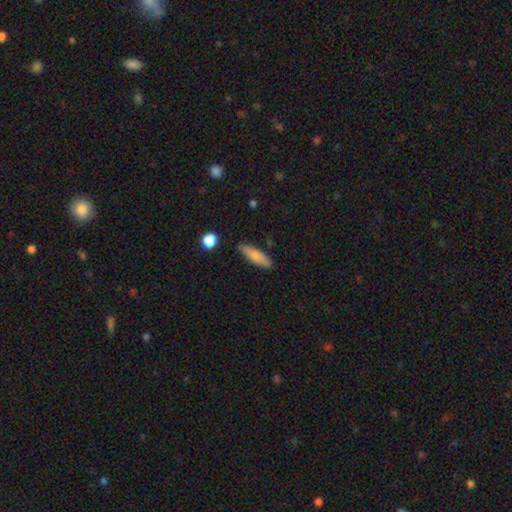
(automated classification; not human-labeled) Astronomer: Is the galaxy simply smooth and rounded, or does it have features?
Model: smooth — 77%.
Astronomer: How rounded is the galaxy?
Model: cigar-shaped — 64%.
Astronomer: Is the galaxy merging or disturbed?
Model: none — 82%.